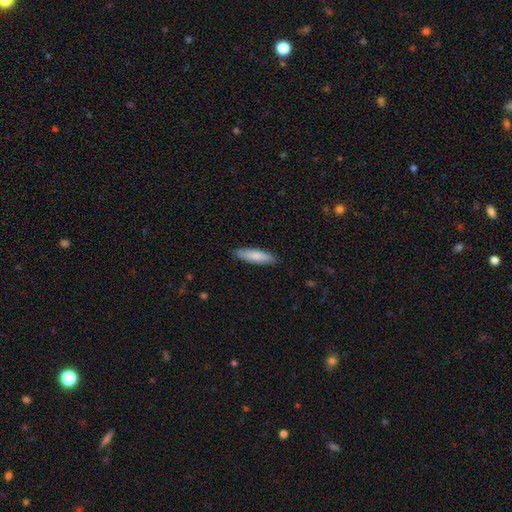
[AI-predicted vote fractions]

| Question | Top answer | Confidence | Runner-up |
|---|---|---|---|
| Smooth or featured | smooth | 82% | featured or disk (13%) |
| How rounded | cigar-shaped | 70% | in between (29%) |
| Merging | none | 89% | minor disturbance (8%) |